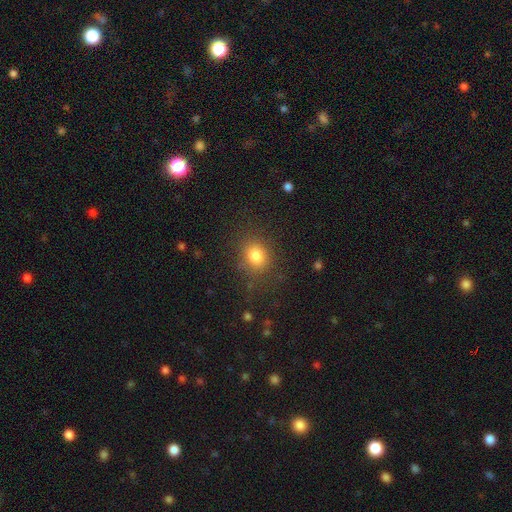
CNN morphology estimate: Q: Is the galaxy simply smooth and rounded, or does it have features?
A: smooth — 81%.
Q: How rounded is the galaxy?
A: round — 59%.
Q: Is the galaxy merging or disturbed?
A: none — 81%.